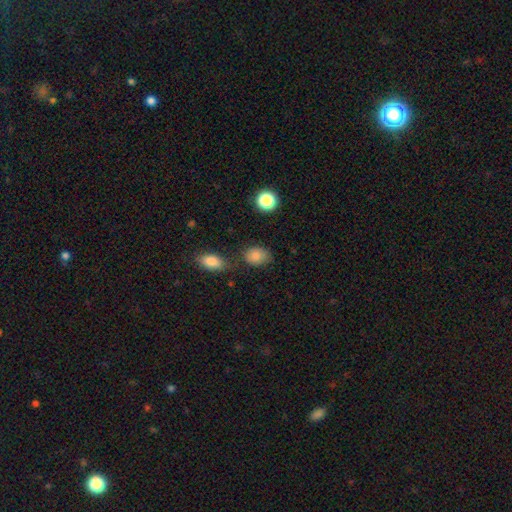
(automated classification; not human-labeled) Smooth or featured? Predicted: smooth (p=0.84). How rounded? Predicted: in between (p=0.71). Merging? Predicted: none (p=0.68).